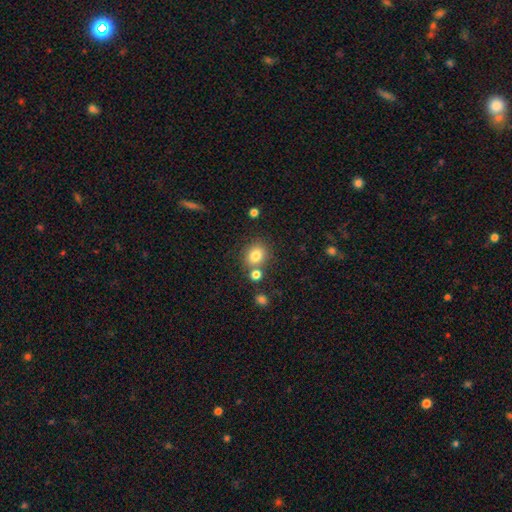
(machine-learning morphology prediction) A smooth galaxy with no disk features (81%) that is round (69%). Merging: none (69%).